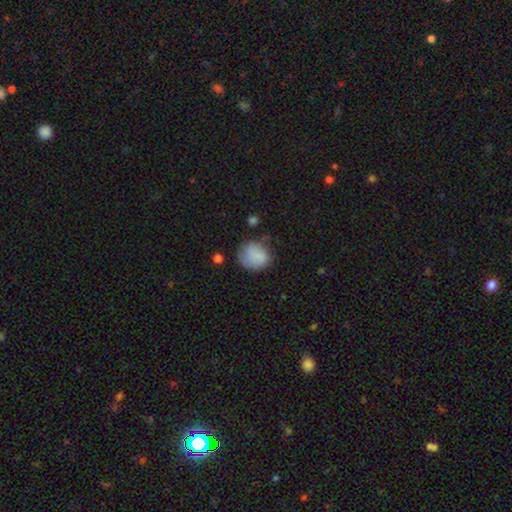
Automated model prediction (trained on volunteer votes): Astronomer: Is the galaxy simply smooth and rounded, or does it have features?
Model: smooth — 81%.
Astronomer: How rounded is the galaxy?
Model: round — 72%.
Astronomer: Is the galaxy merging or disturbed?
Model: none — 57%.